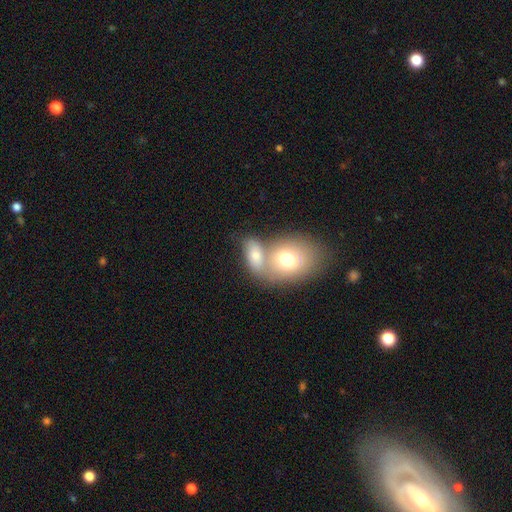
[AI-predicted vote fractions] smooth_or_featured: smooth (p=0.71) [alt: featured or disk p=0.20]
how_rounded: in between (p=0.73) [alt: round p=0.24]
merging: merger (p=0.53) [alt: none p=0.32]